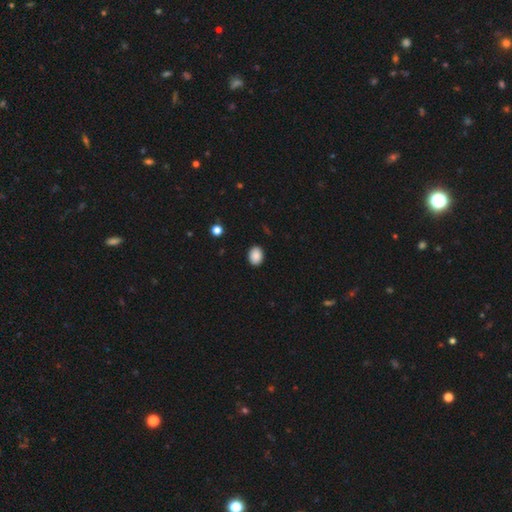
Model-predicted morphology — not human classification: smooth 88%, star or artifact 9%, featured or disk 3%. Down the decision tree: how rounded — in between (66%); merging — none (90%).